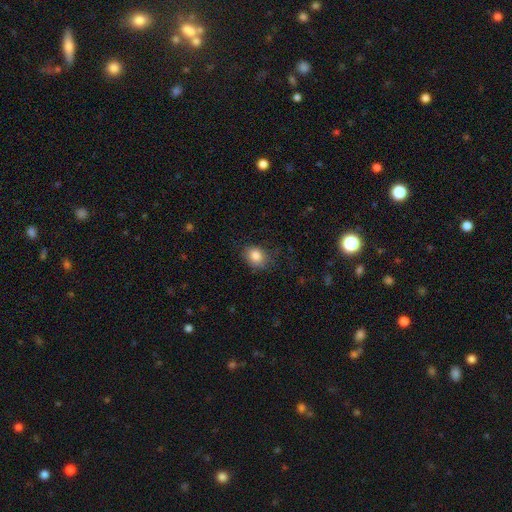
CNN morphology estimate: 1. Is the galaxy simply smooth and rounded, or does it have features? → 84% smooth, 9% star or artifact, 7% featured or disk.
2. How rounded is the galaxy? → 50% in between, 49% round, 1% cigar-shaped.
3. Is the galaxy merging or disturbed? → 70% none, 22% minor disturbance, 7% major disturbance, 1% merger.